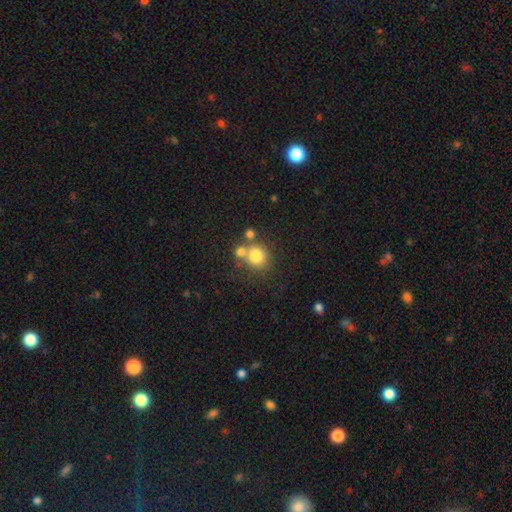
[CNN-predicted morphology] smooth 77%, star or artifact 12%, featured or disk 11%. Down the decision tree: how rounded — round (86%); merging — none (54%).